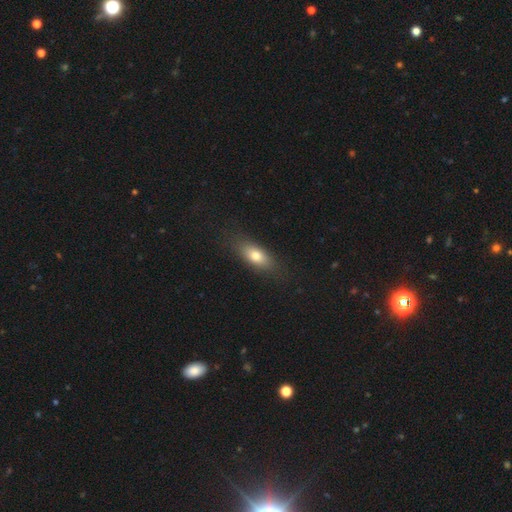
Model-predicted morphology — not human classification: Overall: smooth (75%). How rounded: in between (75%). Merging: none (83%).